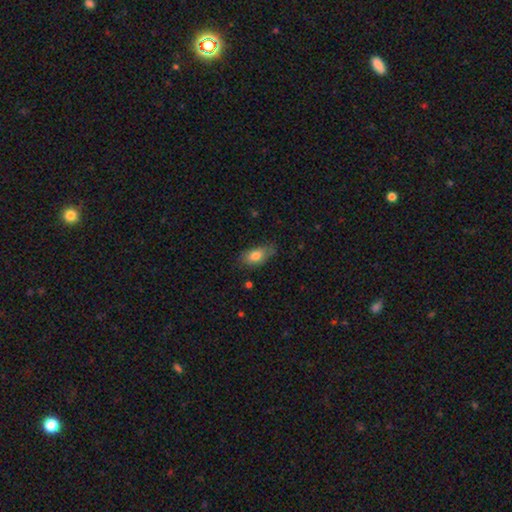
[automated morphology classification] Q: Smooth or featured?
A: smooth (79%); runner-up: featured or disk (14%)
Q: How rounded?
A: in between (86%); runner-up: round (7%)
Q: Merging?
A: none (66%); runner-up: minor disturbance (26%)